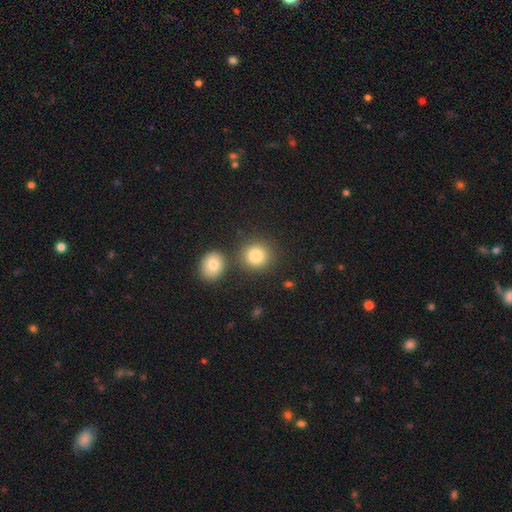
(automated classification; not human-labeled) Morphology: type=smooth (83%); roundness=round (88%); merging=none (76%).